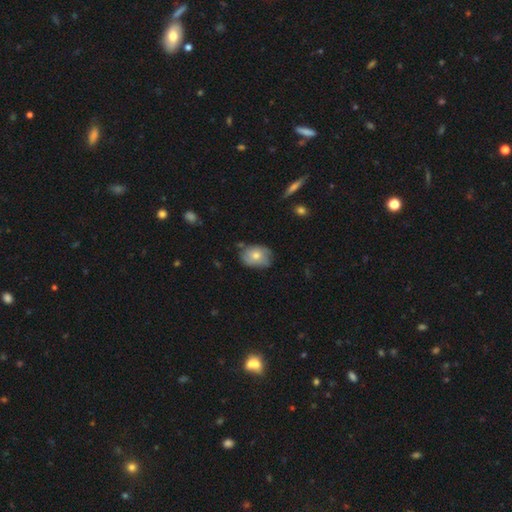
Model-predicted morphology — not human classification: This is likely a smooth galaxy (68%). How rounded: likely in between (68%). Merging: likely none (64%).